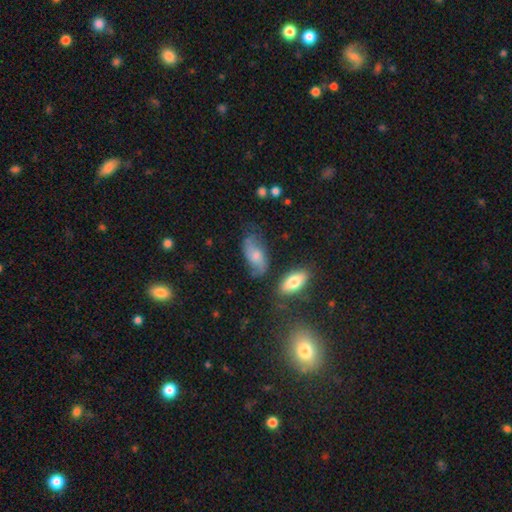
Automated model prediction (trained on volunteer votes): A smooth galaxy with no disk features (46%).

Vote fractions:
- Smooth or featured? smooth: 46% / featured or disk: 45% / star or artifact: 10%
- Merging? none: 51% / minor disturbance: 29% / major disturbance: 14% / merger: 7%